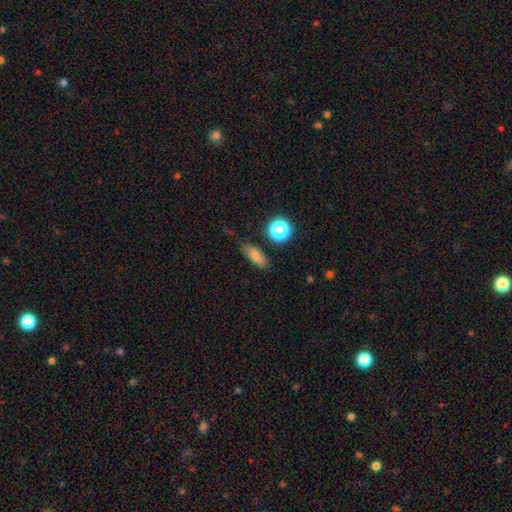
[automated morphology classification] Overall: smooth (77%). How rounded: in between (58%; cigar-shaped 30%). Merging: none (76%).